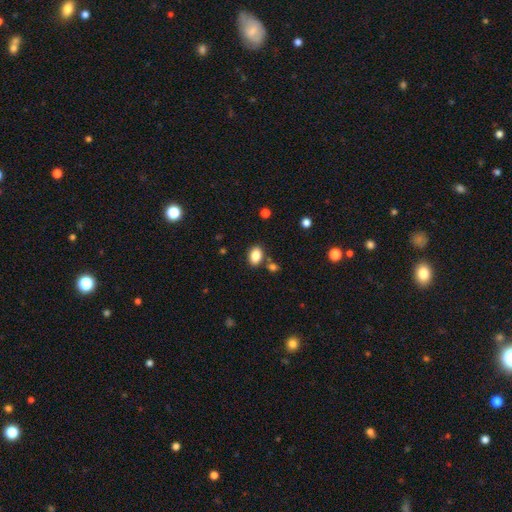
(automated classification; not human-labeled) Smooth or featured? Predicted: smooth (p=0.85). How rounded? Predicted: in between (p=0.83). Merging? Predicted: none (p=0.77).